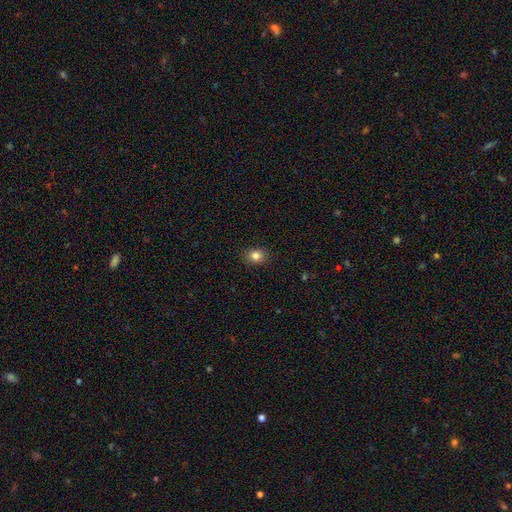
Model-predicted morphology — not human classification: Smooth or featured? smooth (83%)
How rounded? round (56%)
Merging? none (90%)